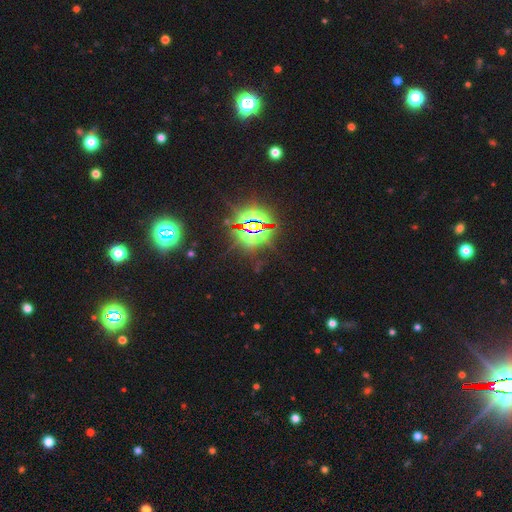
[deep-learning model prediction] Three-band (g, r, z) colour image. It shows a star or artifact, not a galaxy (83%).